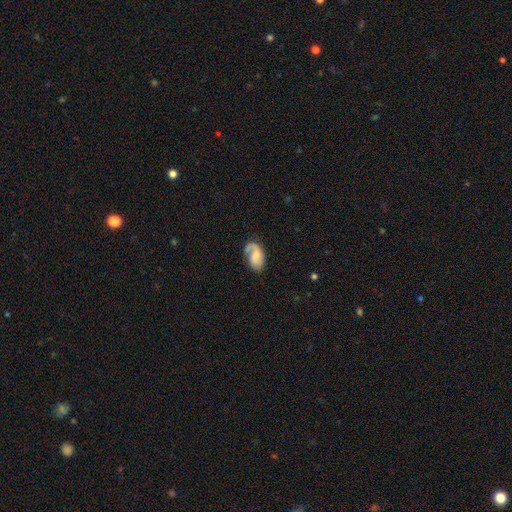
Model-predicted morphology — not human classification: The model was most divided on "bulge size": small: 40%, moderate: 38%, none: 14%, large: 5%, dominant: 1%. Remaining: edge-on disk — no (97%); spiral arms — yes (94%); smooth or featured — featured or disk (70%); merging — none (62%); bar — no (56%); spiral arm count — 2 (56%); spiral winding — medium (42%).